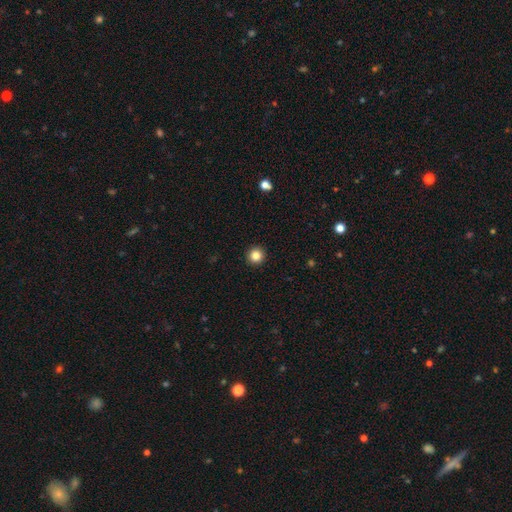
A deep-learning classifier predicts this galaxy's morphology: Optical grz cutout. It shows a smooth galaxy with no disk features (84%) that is round (96%). Merging: none (94%).